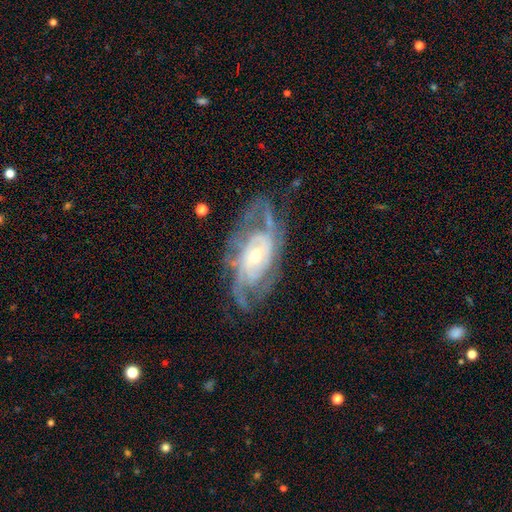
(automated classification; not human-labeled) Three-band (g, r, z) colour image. It shows a featured or disk galaxy (86%) with no bar (65%), tight (55%) spiral arms (90%) and a small central bulge (54%). Merging: none (60%).